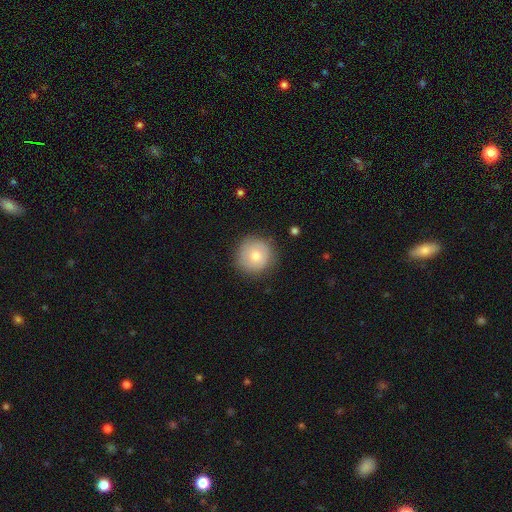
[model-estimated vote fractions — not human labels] smooth 68%, featured or disk 24%, star or artifact 7%. Down the decision tree: how rounded — round (94%); merging — none (84%).